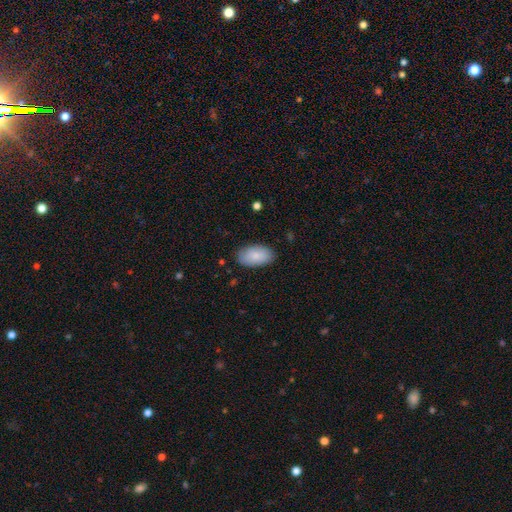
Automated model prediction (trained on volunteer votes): This is clearly a smooth galaxy (86%). How rounded: clearly in between (95%). Merging: clearly none (85%).